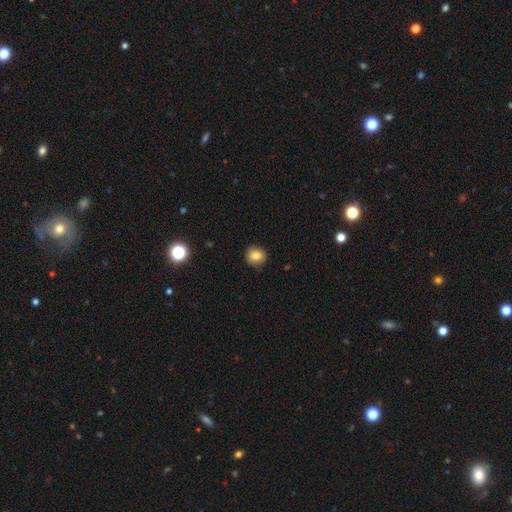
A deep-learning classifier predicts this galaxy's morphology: Smooth or featured? Predicted: smooth (p=0.83). How rounded? Predicted: round (p=0.84). Merging? Predicted: none (p=0.88).